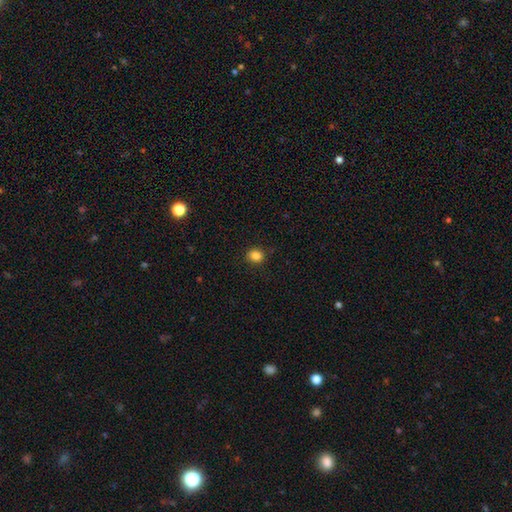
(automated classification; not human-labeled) smooth 85%, star or artifact 11%, featured or disk 4%. Down the decision tree: how rounded — round (70%); merging — none (86%).